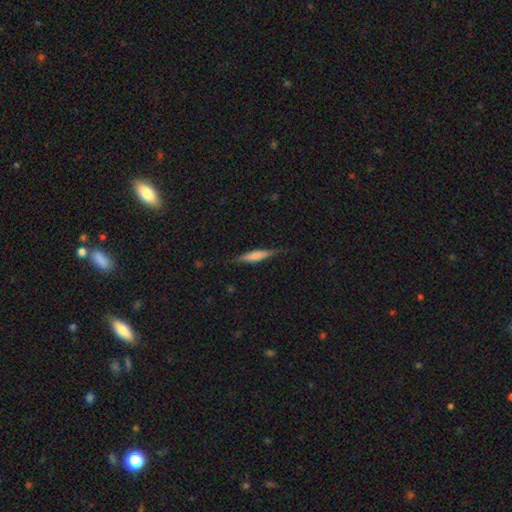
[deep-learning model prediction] The model was most divided on "smooth or featured": smooth: 59%, featured or disk: 35%, star or artifact: 6%. More confident: how rounded — cigar-shaped (86%); merging — none (81%).